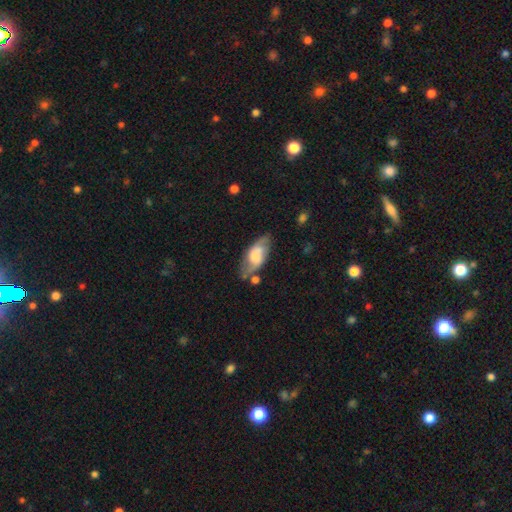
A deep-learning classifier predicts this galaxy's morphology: Smooth or featured? Predicted: smooth (p=0.49). Merging? Predicted: none (p=0.60).